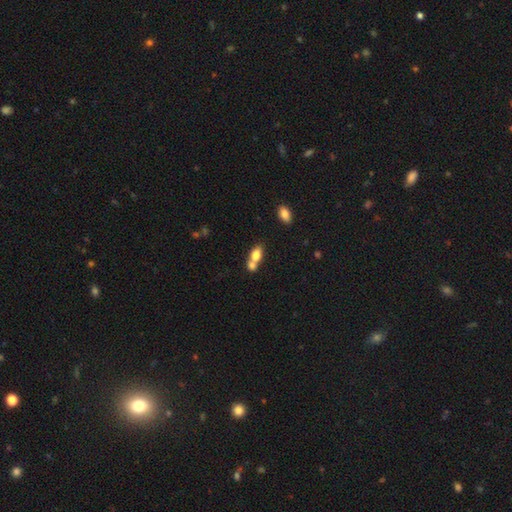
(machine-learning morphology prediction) Smooth or featured? Predicted: smooth (p=0.76). How rounded? Predicted: in between (p=0.79). Merging? Predicted: merger (p=0.60).